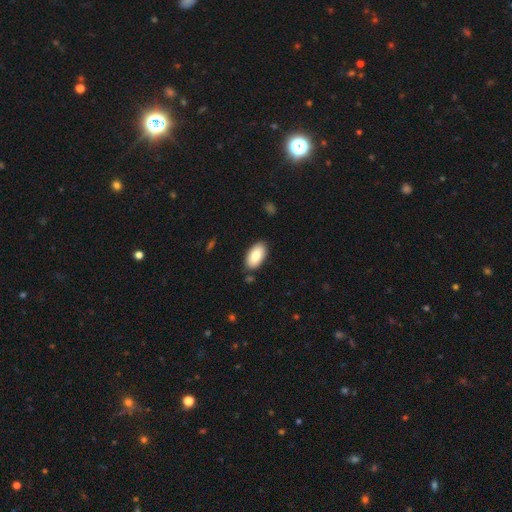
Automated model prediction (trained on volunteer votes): Smooth or featured: smooth — 83% (featured or disk — 11%)
How rounded: in between — 95% (round — 3%)
Merging: none — 85% (minor disturbance — 10%)